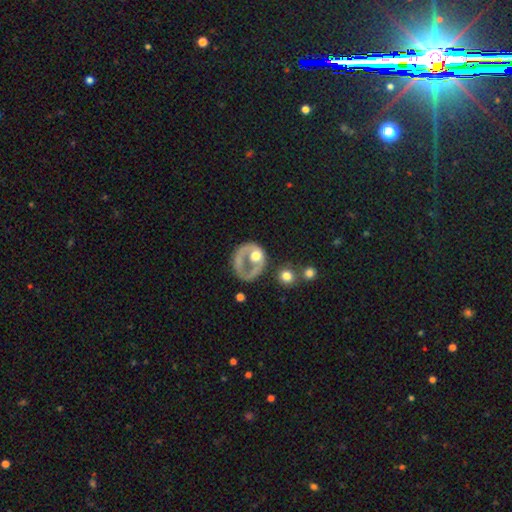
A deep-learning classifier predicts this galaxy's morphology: A featured or disk galaxy (54%) with no bar (89%), no spiral arms (85%) and a moderate central bulge (55%).

Vote fractions:
- Smooth or featured? featured or disk: 54% / smooth: 38% / star or artifact: 8%
- Edge-on disk? no: 96% / yes: 4%
- Bar? no: 89% / weak: 8% / strong: 3%
- Spiral arms? no: 85% / yes: 15%
- Bulge size? moderate: 55% / large: 20% / none: 12% / small: 10% / dominant: 3%
- Merging? major disturbance: 36% / none: 35% / minor disturbance: 18% / merger: 11%